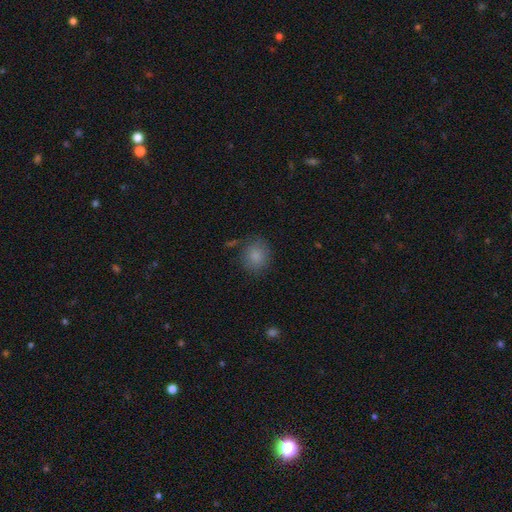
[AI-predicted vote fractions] Morphology: type=smooth (85%); roundness=round (73%); merging=none (78%).